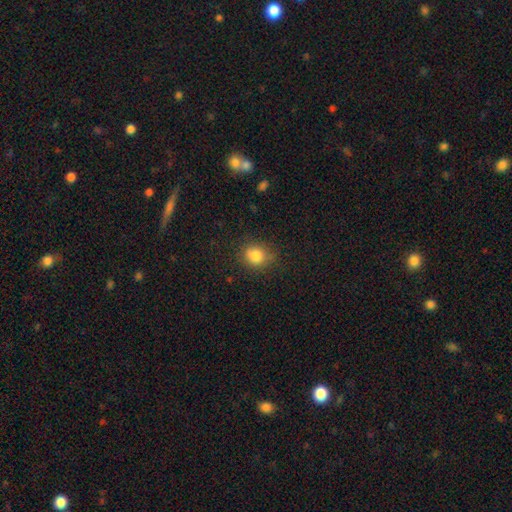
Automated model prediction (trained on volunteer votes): Smooth or featured?
  - smooth: 83% *
  - star or artifact: 11%
  - featured or disk: 6%
How rounded?
  - round: 71% *
  - in between: 28%
  - cigar-shaped: 1%
Merging?
  - none: 77% *
  - minor disturbance: 16%
  - major disturbance: 5%
  - merger: 2%